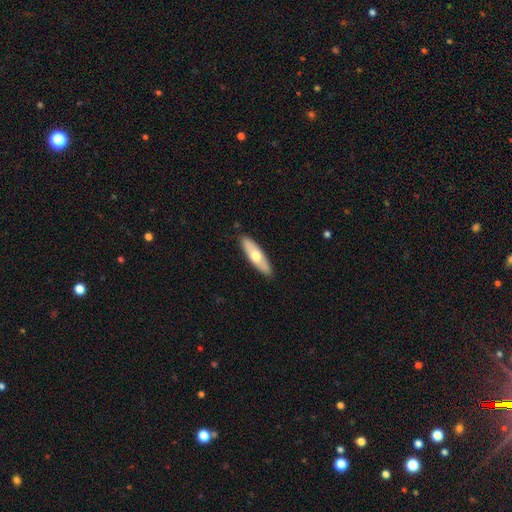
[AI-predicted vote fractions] Q: Smooth or featured?
A: smooth (56%); runner-up: featured or disk (39%)
Q: How rounded?
A: cigar-shaped (55%); runner-up: in between (43%)
Q: Merging?
A: none (88%); runner-up: minor disturbance (9%)